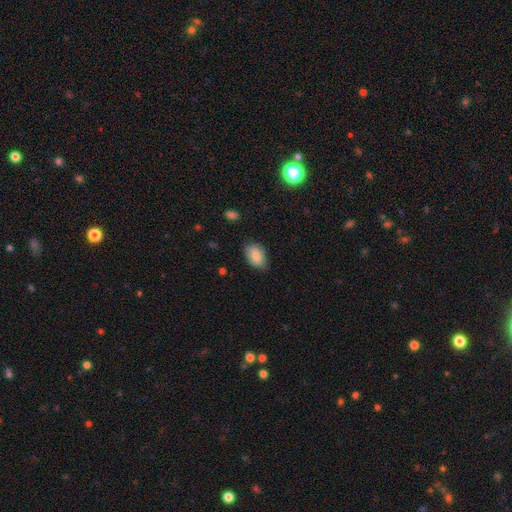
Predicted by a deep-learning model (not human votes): Smooth or featured: smooth — 83% (featured or disk — 10%)
How rounded: in between — 89% (round — 10%)
Merging: none — 79% (minor disturbance — 17%)